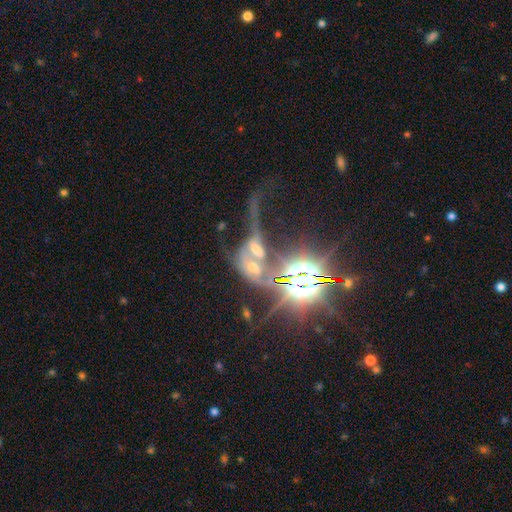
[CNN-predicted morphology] A star or artifact, not a galaxy (46%).